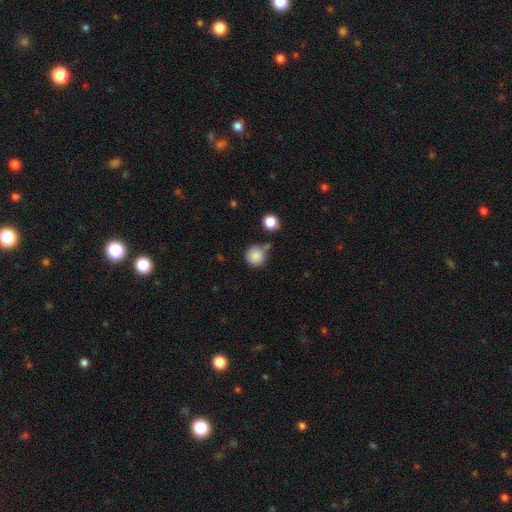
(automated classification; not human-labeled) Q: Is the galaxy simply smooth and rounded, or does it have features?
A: smooth — 86%.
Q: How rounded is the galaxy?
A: round — 93%.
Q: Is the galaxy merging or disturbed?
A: none — 70%.